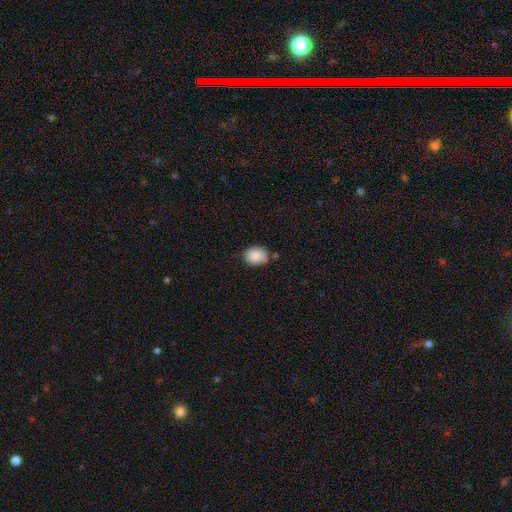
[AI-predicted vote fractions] Q: Smooth or featured?
A: smooth (89%); runner-up: star or artifact (7%)
Q: How rounded?
A: in between (60%); runner-up: round (39%)
Q: Merging?
A: none (74%); runner-up: minor disturbance (19%)